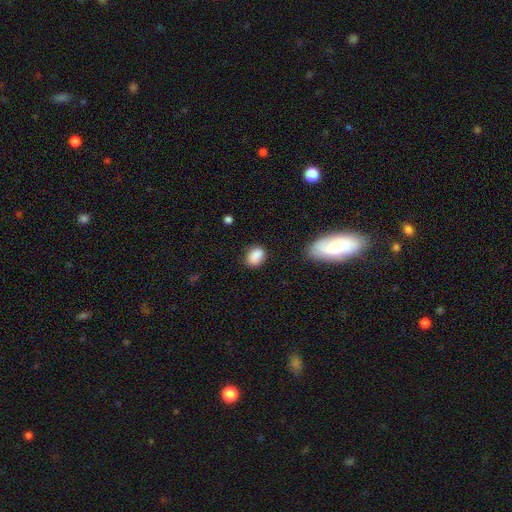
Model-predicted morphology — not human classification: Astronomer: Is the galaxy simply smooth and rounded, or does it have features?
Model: smooth — 86%.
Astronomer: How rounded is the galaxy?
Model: in between — 72%.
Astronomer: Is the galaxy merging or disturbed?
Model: none — 74%.